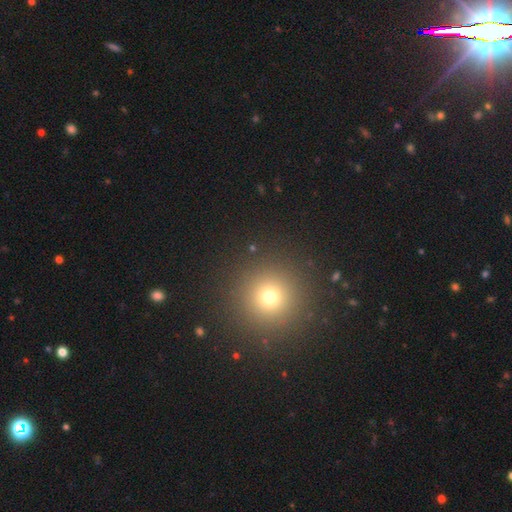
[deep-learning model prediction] This appears to be a smooth galaxy with no disk features (66%) that is round (96%). Merging: none (93%).